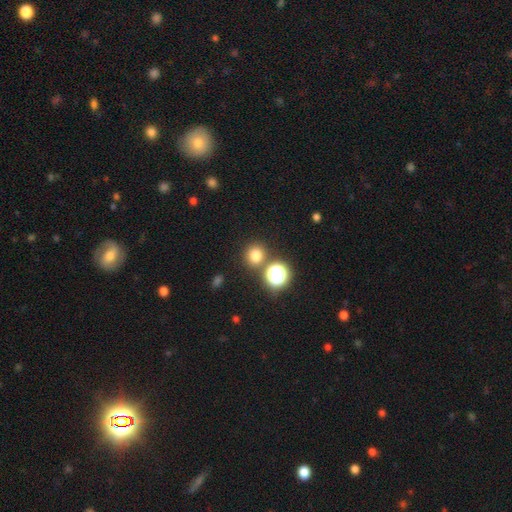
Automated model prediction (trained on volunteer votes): smooth 74%, star or artifact 20%, featured or disk 6%. Down the decision tree: how rounded — round (88%); merging — none (81%).